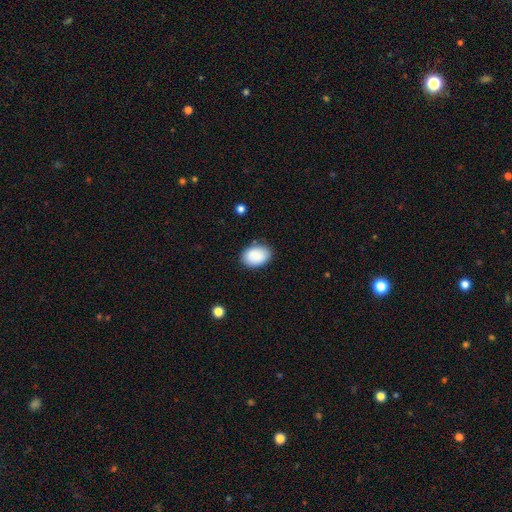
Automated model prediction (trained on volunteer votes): This is clearly a smooth galaxy (89%). How rounded: clearly in between (85%). Merging: clearly none (84%).